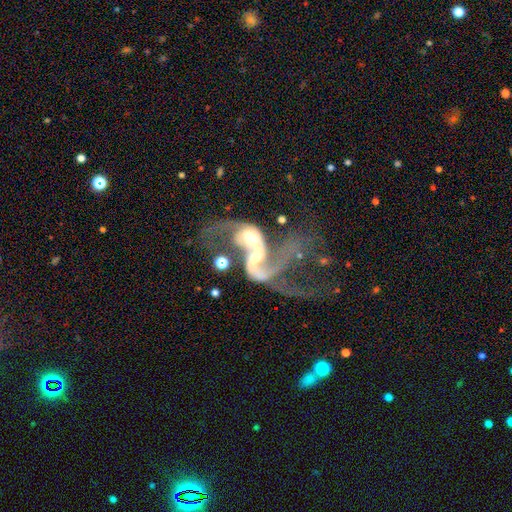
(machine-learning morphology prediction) Smooth or featured: featured or disk — 84% (smooth — 9%)
Edge-on disk: no — 97% (yes — 3%)
Bar: no — 55% (weak — 30%)
Spiral arms: yes — 86% (no — 14%)
Spiral winding: loose — 75% (medium — 20%)
Spiral arm count: 2 — 72% (1 — 14%)
Bulge size: moderate — 53% (small — 29%)
Merging: merger — 70% (major disturbance — 18%)